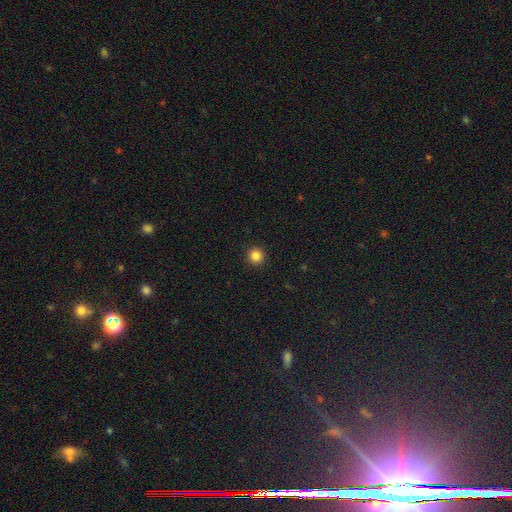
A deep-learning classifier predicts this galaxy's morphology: Smooth or featured: smooth — 85% (star or artifact — 11%)
How rounded: round — 96% (in between — 3%)
Merging: none — 93% (minor disturbance — 4%)